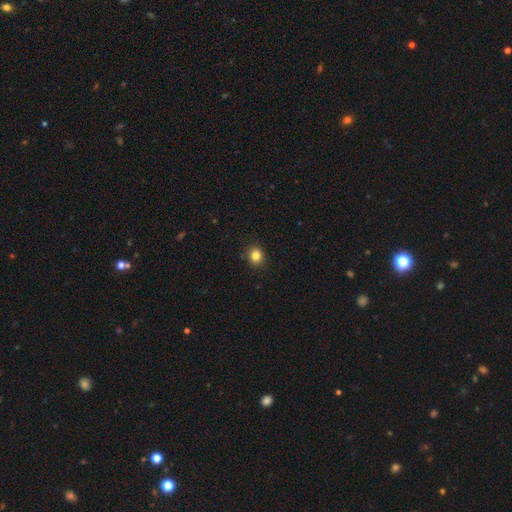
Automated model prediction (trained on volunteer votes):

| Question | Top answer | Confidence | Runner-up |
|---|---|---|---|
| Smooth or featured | smooth | 83% | star or artifact (12%) |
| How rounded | round | 79% | in between (20%) |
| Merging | none | 91% | minor disturbance (6%) |